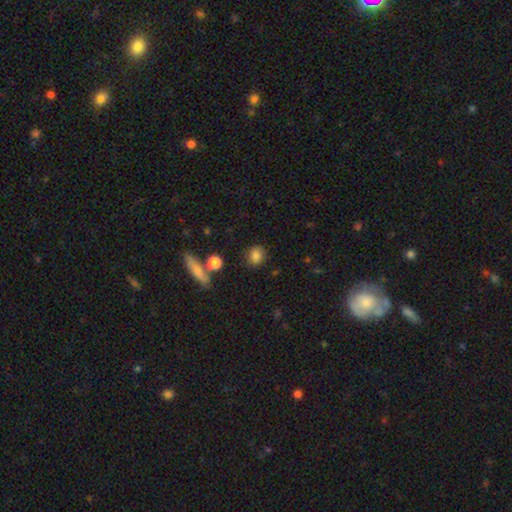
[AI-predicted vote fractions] A smooth galaxy with no disk features (82%) that is round (64%).

Vote fractions:
- Smooth or featured? smooth: 82% / star or artifact: 11% / featured or disk: 7%
- How rounded? round: 64% / in between: 33% / cigar-shaped: 3%
- Merging? none: 82% / minor disturbance: 10% / merger: 4% / major disturbance: 3%